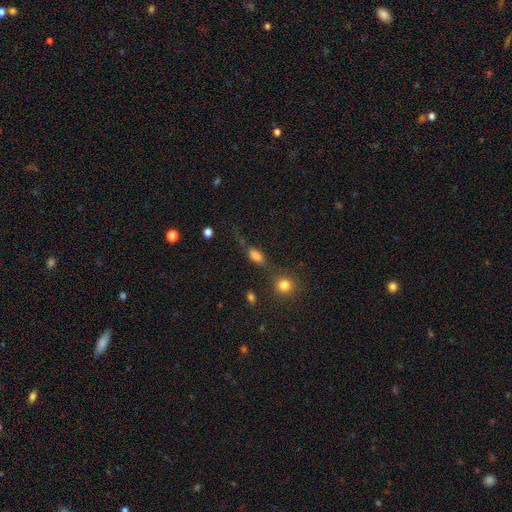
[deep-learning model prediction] This is likely a smooth galaxy (73%). How rounded: likely in between (73%). Merging: possibly none (47%).